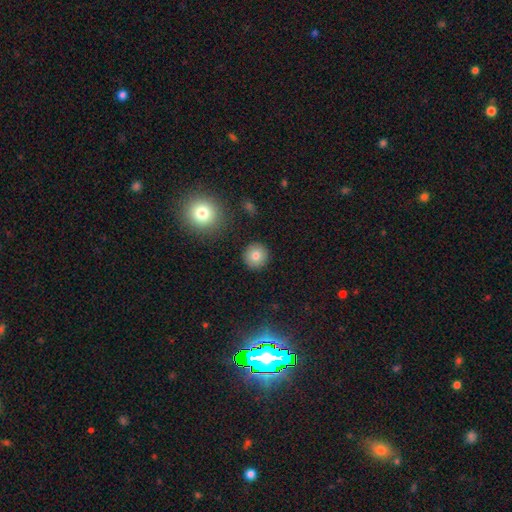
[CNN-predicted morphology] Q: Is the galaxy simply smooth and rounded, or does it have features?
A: smooth — 81%.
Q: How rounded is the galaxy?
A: round — 94%.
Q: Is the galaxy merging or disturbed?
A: none — 91%.